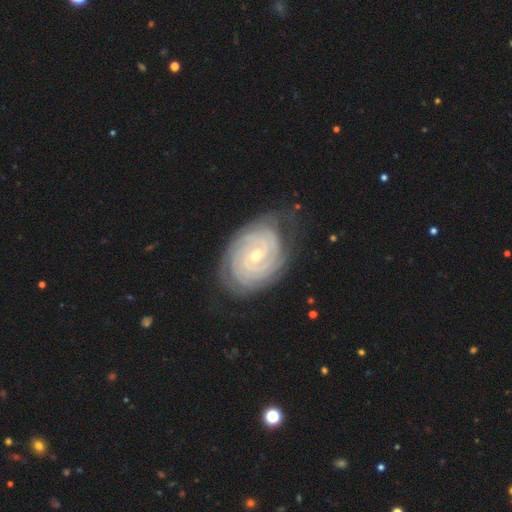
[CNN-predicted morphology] Overall: featured or disk (89%). Edge-on disk: no (97%). Bar: no (55%; weak 34%). Spiral arms: yes (98%). Spiral arm count: can't tell (25%; 2 22%). Spiral winding: tight (87%). Bulge size: small (72%). Merging: none (75%).